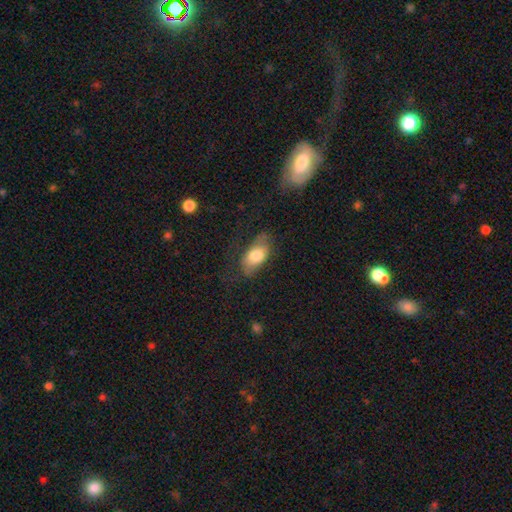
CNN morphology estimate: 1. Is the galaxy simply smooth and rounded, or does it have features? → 74% smooth, 19% featured or disk, 7% star or artifact.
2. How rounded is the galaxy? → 91% in between, 5% cigar-shaped, 4% round.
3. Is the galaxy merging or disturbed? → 61% none, 24% minor disturbance, 13% major disturbance, 2% merger.